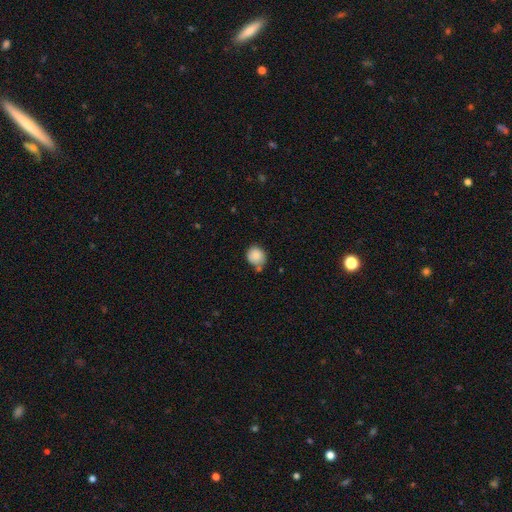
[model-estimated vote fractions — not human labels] Smooth or featured? Predicted: smooth (p=0.86). How rounded? Predicted: round (p=0.81). Merging? Predicted: none (p=0.61).